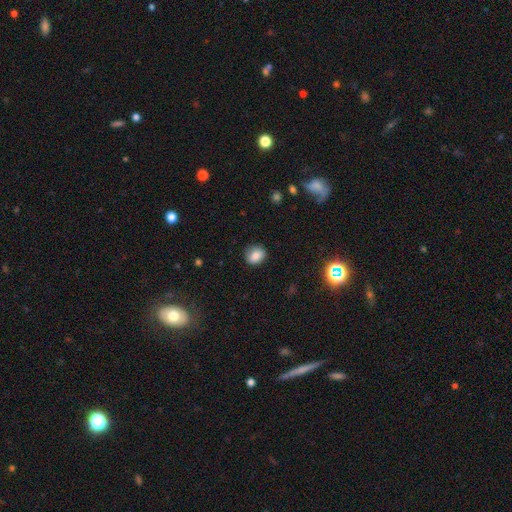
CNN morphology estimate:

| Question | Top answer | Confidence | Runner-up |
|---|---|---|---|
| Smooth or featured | smooth | 80% | star or artifact (10%) |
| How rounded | round | 68% | in between (30%) |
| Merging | none | 83% | minor disturbance (13%) |